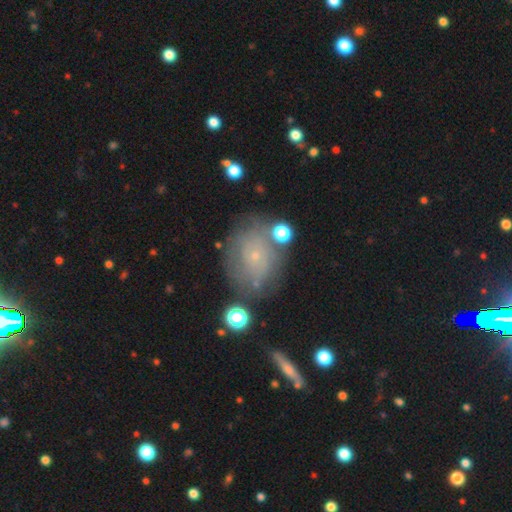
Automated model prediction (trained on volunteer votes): A featured or disk galaxy (46%). Merging: none (70%).